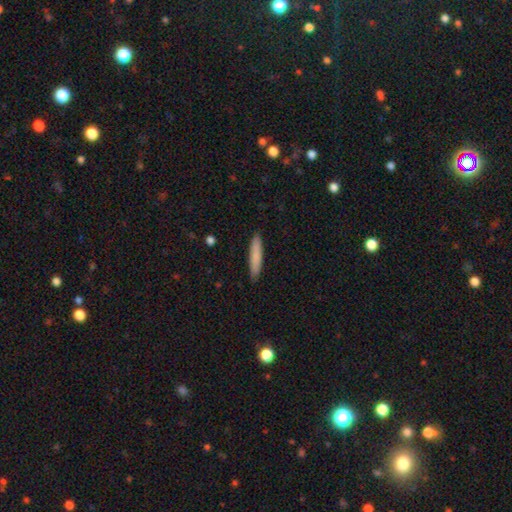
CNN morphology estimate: Smooth or featured?
  - smooth: 82% *
  - featured or disk: 12%
  - star or artifact: 6%
How rounded?
  - cigar-shaped: 90% *
  - in between: 9%
  - round: 1%
Merging?
  - none: 90% *
  - minor disturbance: 8%
  - major disturbance: 2%
  - merger: 1%